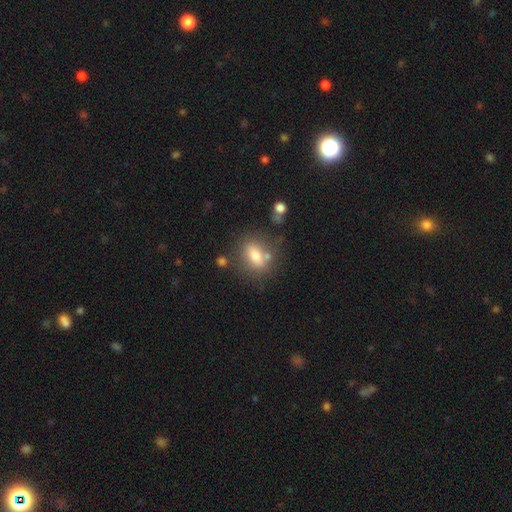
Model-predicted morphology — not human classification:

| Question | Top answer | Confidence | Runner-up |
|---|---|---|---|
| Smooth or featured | smooth | 72% | featured or disk (18%) |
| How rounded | in between | 71% | round (18%) |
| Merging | none | 67% | minor disturbance (15%) |